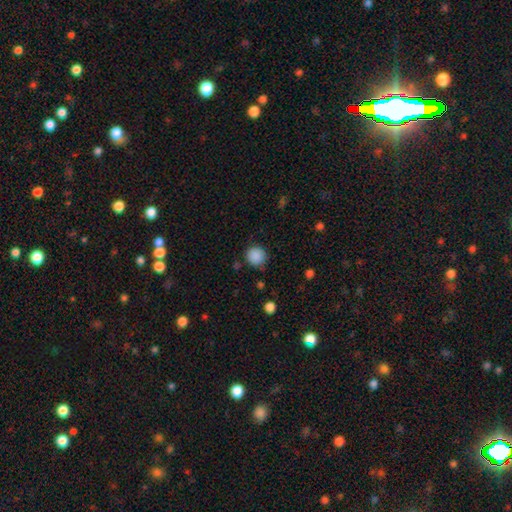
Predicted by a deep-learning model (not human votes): Smooth or featured?
  - smooth: 88% *
  - star or artifact: 9%
  - featured or disk: 3%
How rounded?
  - round: 93% *
  - in between: 6%
  - cigar-shaped: 1%
Merging?
  - none: 85% *
  - minor disturbance: 10%
  - major disturbance: 3%
  - merger: 2%